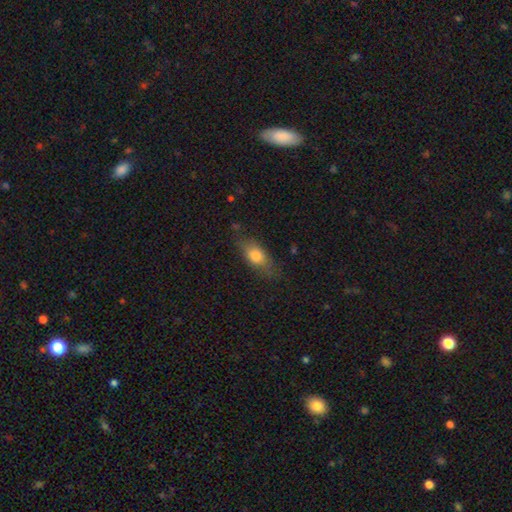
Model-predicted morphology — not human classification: Smooth or featured?
  - smooth: 75% *
  - featured or disk: 17%
  - star or artifact: 8%
How rounded?
  - in between: 80% *
  - cigar-shaped: 12%
  - round: 8%
Merging?
  - none: 69% *
  - minor disturbance: 22%
  - major disturbance: 7%
  - merger: 2%